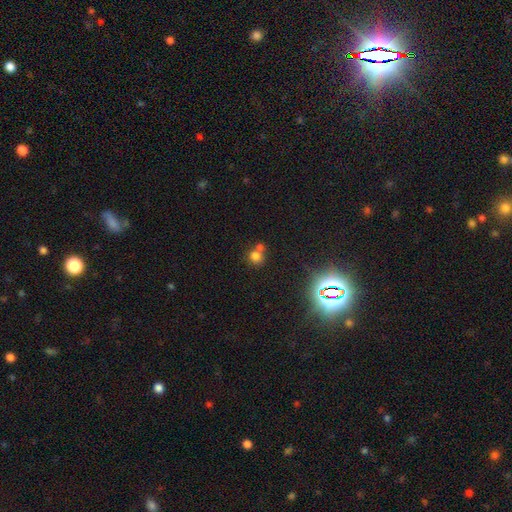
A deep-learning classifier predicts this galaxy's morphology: Smooth or featured: smooth — 73% (star or artifact — 17%)
How rounded: round — 81% (in between — 18%)
Merging: none — 49% (merger — 39%)